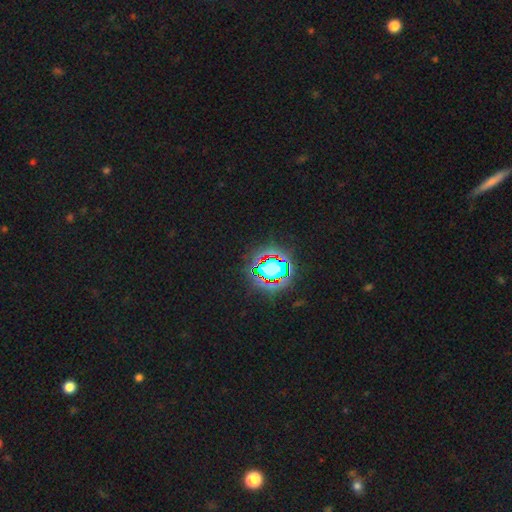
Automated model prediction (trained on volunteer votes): Q: Smooth or featured?
A: star or artifact (83%); runner-up: smooth (10%)